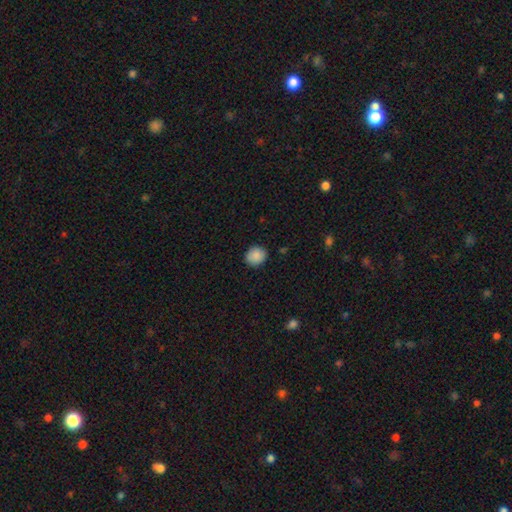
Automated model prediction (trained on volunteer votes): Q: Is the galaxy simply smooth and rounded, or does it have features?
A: smooth — 88%.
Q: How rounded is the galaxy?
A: round — 78%.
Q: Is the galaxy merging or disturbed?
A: none — 88%.